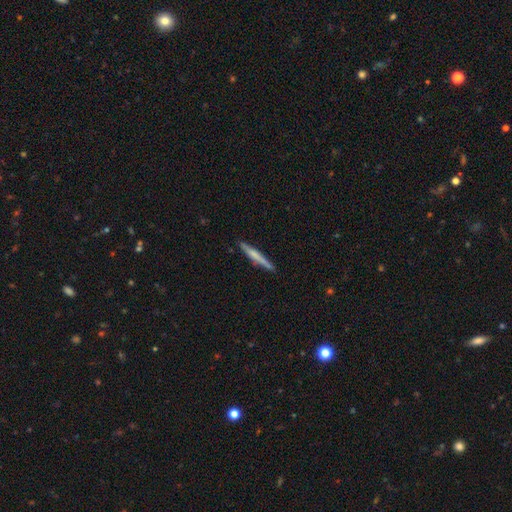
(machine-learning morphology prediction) A smooth galaxy with no disk features (52%) that is cigar-shaped (95%).

Vote fractions:
- Smooth or featured? smooth: 52% / featured or disk: 43% / star or artifact: 5%
- How rounded? cigar-shaped: 95% / in between: 3% / round: 1%
- Merging? none: 87% / minor disturbance: 10% / major disturbance: 2% / merger: 1%